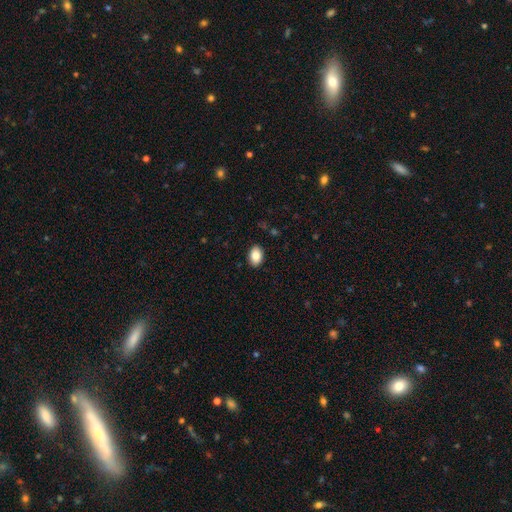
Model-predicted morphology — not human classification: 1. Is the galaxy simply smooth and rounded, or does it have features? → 86% smooth, 7% star or artifact, 7% featured or disk.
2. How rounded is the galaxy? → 84% in between, 15% round, 1% cigar-shaped.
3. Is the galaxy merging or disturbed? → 89% none, 8% minor disturbance, 2% major disturbance, 1% merger.